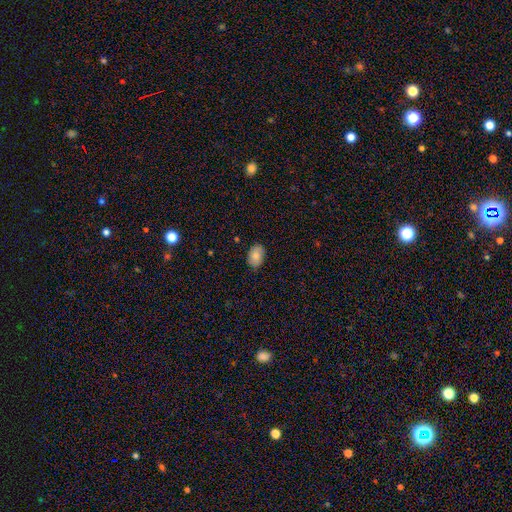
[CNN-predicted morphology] smooth_or_featured: smooth (p=0.83) [alt: featured or disk p=0.10]
how_rounded: in between (p=0.85) [alt: round p=0.14]
merging: none (p=0.86) [alt: minor disturbance p=0.11]